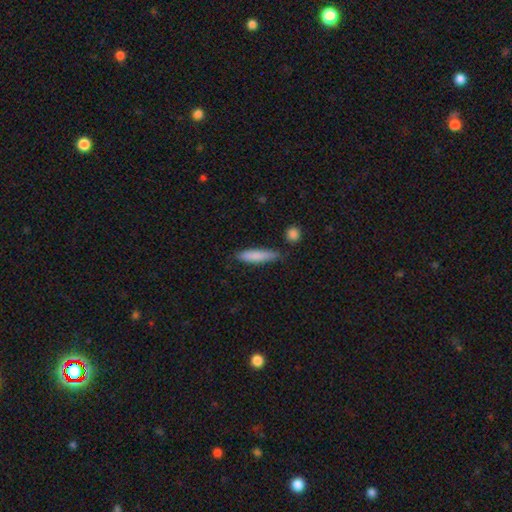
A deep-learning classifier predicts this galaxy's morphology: A smooth galaxy with no disk features (82%) that is cigar-shaped (82%).

Vote fractions:
- Smooth or featured? smooth: 82% / featured or disk: 12% / star or artifact: 6%
- How rounded? cigar-shaped: 82% / in between: 16% / round: 2%
- Merging? none: 75% / minor disturbance: 18% / merger: 3% / major disturbance: 3%